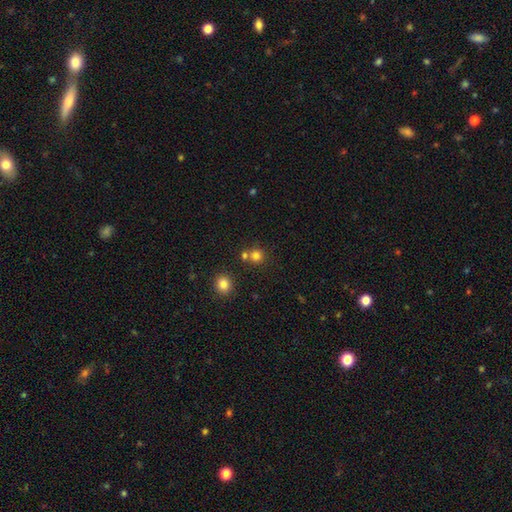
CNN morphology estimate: Smooth or featured?
  - smooth: 78% *
  - star or artifact: 15%
  - featured or disk: 7%
How rounded?
  - round: 91% *
  - in between: 8%
  - cigar-shaped: 1%
Merging?
  - none: 67% *
  - merger: 23%
  - minor disturbance: 7%
  - major disturbance: 3%